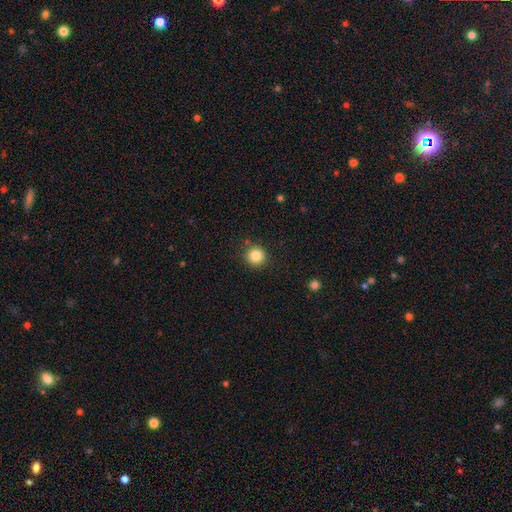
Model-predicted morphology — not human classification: A smooth galaxy with no disk features (84%) that is round (93%). Merging: none (88%).